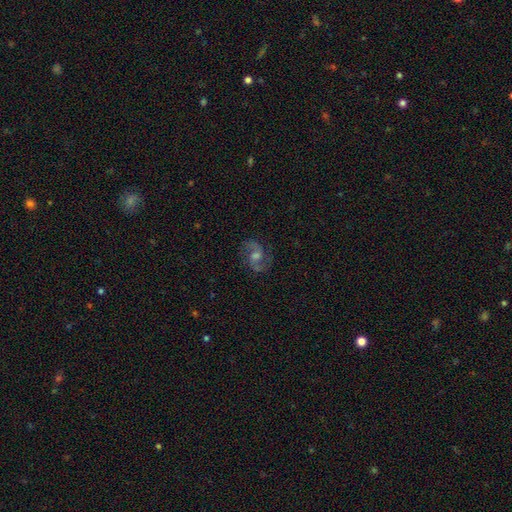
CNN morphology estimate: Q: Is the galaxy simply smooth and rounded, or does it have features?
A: featured or disk — 83%.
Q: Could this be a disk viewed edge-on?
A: no — 98%.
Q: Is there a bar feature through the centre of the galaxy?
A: weak — 47%.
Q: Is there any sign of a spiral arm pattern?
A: yes — 96%.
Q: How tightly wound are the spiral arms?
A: medium — 57%.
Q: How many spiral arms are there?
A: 2 — 91%.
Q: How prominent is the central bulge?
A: moderate — 55%.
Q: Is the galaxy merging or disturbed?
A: none — 81%.